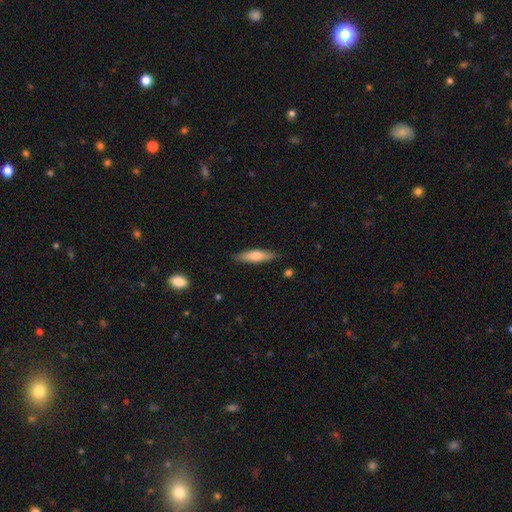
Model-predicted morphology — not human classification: smooth 68%, featured or disk 26%, star or artifact 6%. Down the decision tree: how rounded — cigar-shaped (71%); merging — none (87%).